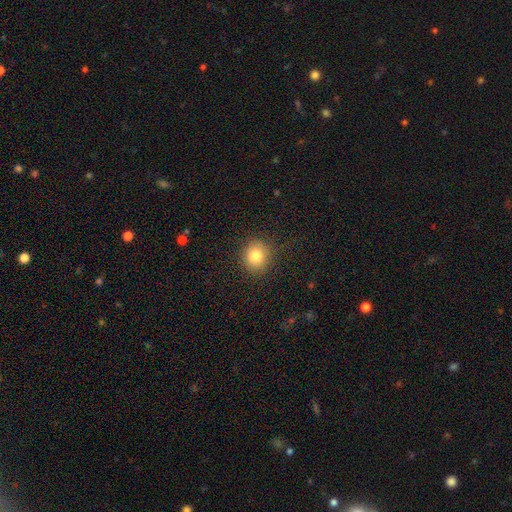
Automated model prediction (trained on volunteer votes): Overall: smooth (81%). How rounded: round (85%). Merging: none (86%).